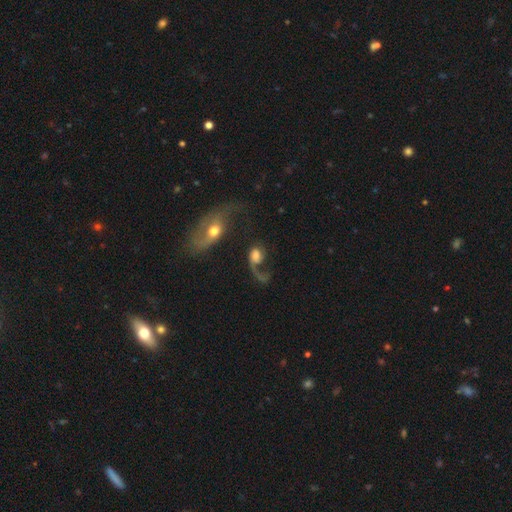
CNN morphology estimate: This appears to be a featured or disk galaxy (54%) with no bar (72%), spiral arms (79%) and a moderate central bulge (43%). Merging: major disturbance (39%).